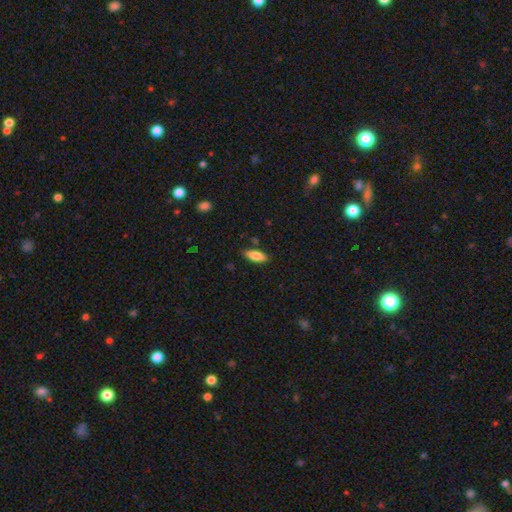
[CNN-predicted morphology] Overall: smooth (80%). How rounded: in between (75%). Merging: none (83%).